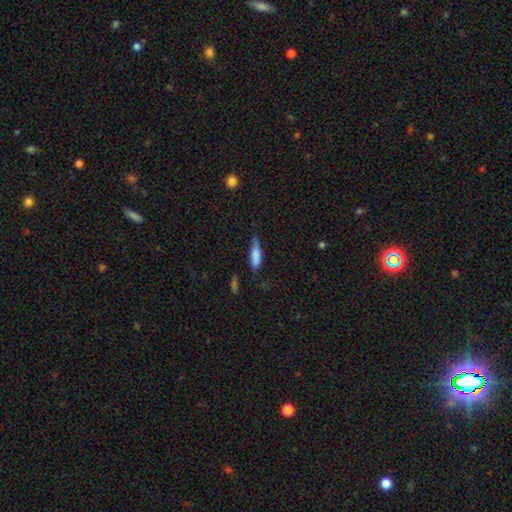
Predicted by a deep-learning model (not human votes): Smooth or featured?
  - smooth: 72% *
  - featured or disk: 20%
  - star or artifact: 7%
How rounded?
  - cigar-shaped: 51% *
  - in between: 47%
  - round: 2%
Merging?
  - none: 54% *
  - minor disturbance: 30%
  - major disturbance: 12%
  - merger: 3%